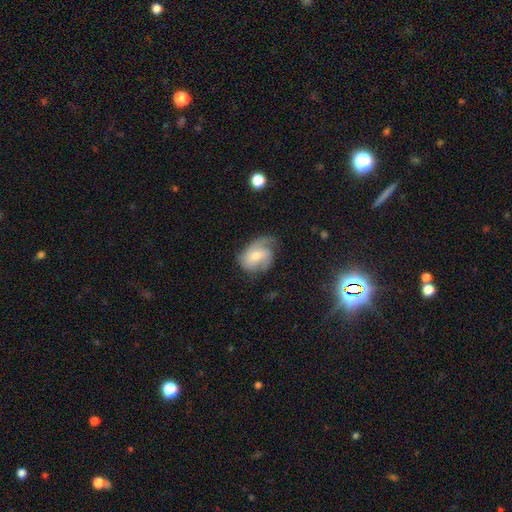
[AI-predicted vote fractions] Smooth or featured? Predicted: featured or disk (p=0.63). Edge-on disk? Predicted: no (p=0.97). Bar? Predicted: no (p=0.56). Spiral arms? Predicted: yes (p=0.88). Spiral winding? Predicted: medium (p=0.43). Spiral arm count? Predicted: 2 (p=0.31). Bulge size? Predicted: moderate (p=0.50). Merging? Predicted: none (p=0.47).